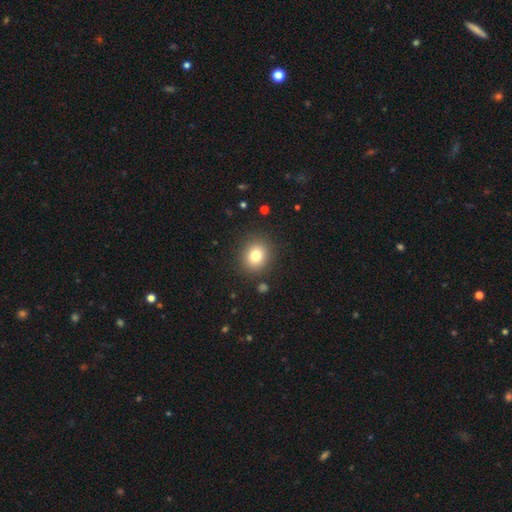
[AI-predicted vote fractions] A smooth galaxy with no disk features (80%) that is round (74%).

Vote fractions:
- Smooth or featured? smooth: 80% / star or artifact: 12% / featured or disk: 9%
- How rounded? round: 74% / in between: 25% / cigar-shaped: 1%
- Merging? none: 88% / minor disturbance: 7% / major disturbance: 3% / merger: 2%